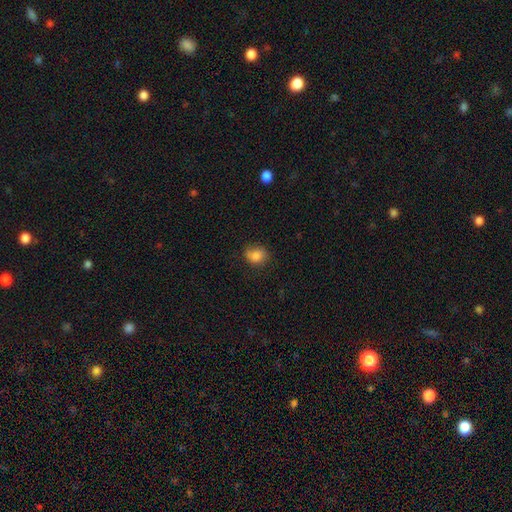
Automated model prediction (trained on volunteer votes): A smooth galaxy with no disk features (83%) that is round (59%). Merging: none (72%).